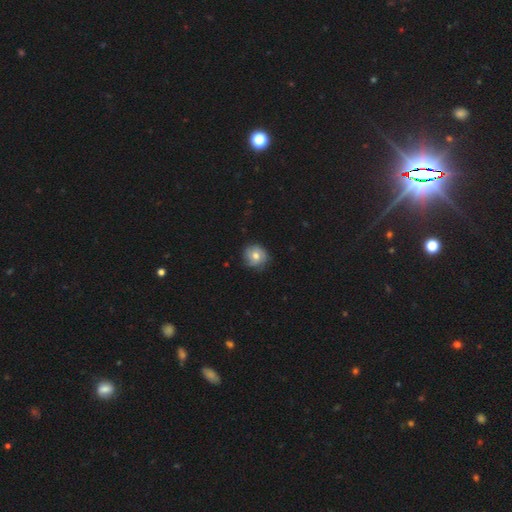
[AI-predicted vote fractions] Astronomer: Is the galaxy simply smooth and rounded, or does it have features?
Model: smooth — 52% (runner-up: featured or disk, 39%).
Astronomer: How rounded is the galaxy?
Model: round — 87%.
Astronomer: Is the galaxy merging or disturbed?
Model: none — 74%.